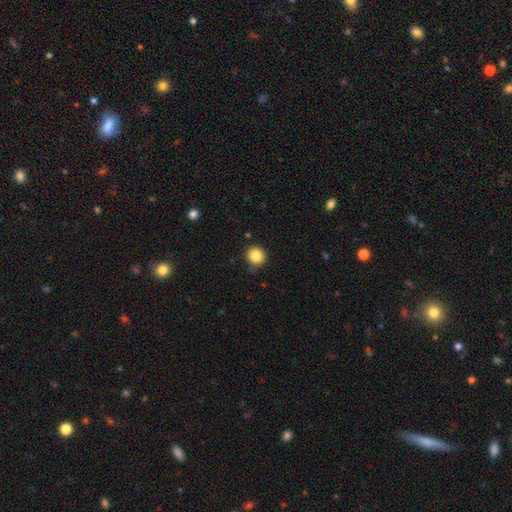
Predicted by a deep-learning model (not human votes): Smooth or featured?
  - smooth: 84% *
  - star or artifact: 10%
  - featured or disk: 5%
How rounded?
  - round: 88% *
  - in between: 12%
  - cigar-shaped: 1%
Merging?
  - none: 85% *
  - minor disturbance: 11%
  - major disturbance: 2%
  - merger: 2%